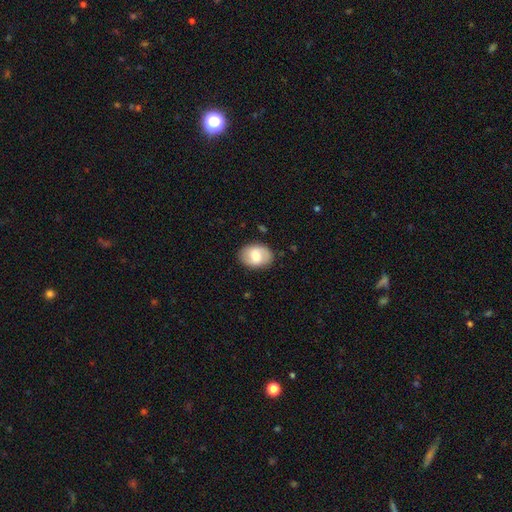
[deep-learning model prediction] Smooth or featured?
  - smooth: 61% *
  - featured or disk: 32%
  - star or artifact: 7%
How rounded?
  - in between: 74% *
  - round: 25%
  - cigar-shaped: 1%
Merging?
  - none: 84% *
  - minor disturbance: 12%
  - major disturbance: 3%
  - merger: 1%